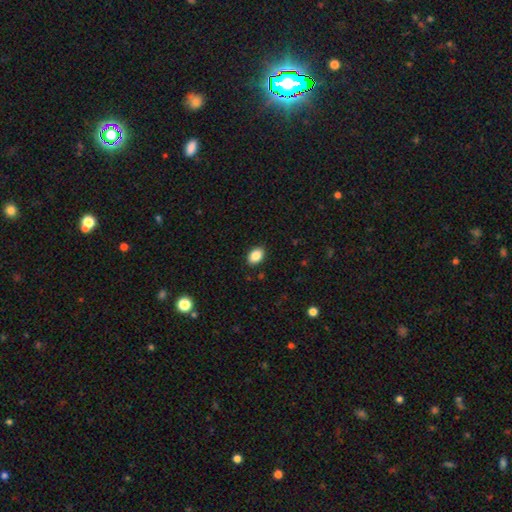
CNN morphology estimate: Q: Smooth or featured?
A: smooth (87%); runner-up: star or artifact (8%)
Q: How rounded?
A: in between (82%); runner-up: round (17%)
Q: Merging?
A: none (89%); runner-up: minor disturbance (8%)